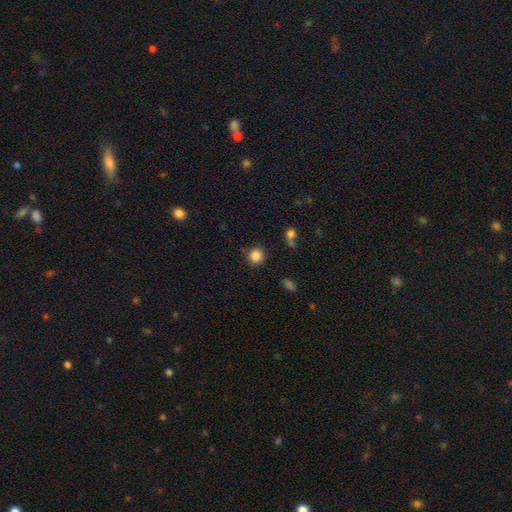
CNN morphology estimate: Overall: smooth (86%). How rounded: round (92%). Merging: none (85%).